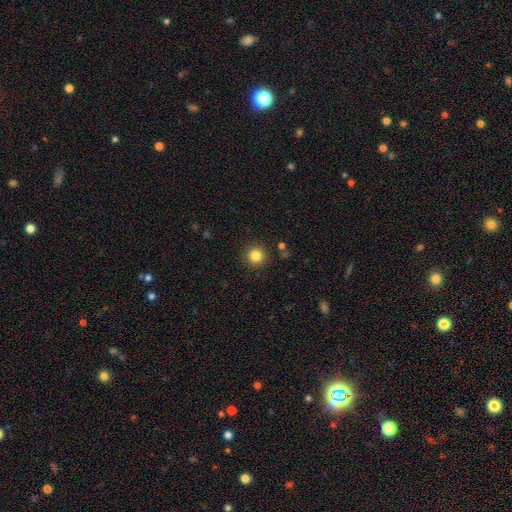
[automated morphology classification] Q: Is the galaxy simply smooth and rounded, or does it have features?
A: smooth — 83%.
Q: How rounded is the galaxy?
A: round — 95%.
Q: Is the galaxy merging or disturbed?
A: none — 90%.